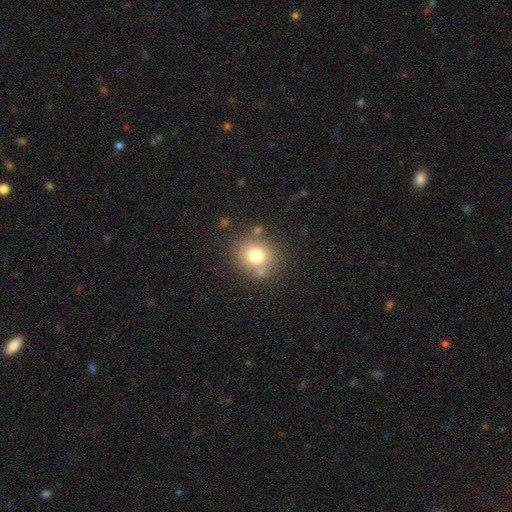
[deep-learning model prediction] smooth-or-featured: smooth: 75% | featured or disk: 13% | star or artifact: 12%
  how-rounded: round: 79% | in between: 20% | cigar-shaped: 1%
  merging: none: 75% | minor disturbance: 12% | merger: 9% | major disturbance: 4%